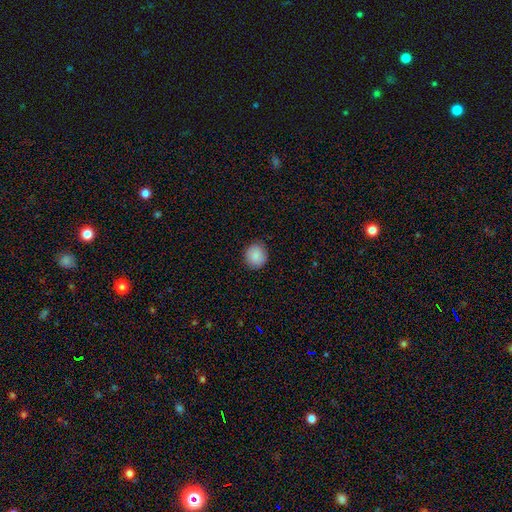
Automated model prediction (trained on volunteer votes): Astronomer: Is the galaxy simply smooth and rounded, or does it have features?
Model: smooth — 88%.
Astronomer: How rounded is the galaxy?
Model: round — 85%.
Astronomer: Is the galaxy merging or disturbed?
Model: none — 87%.